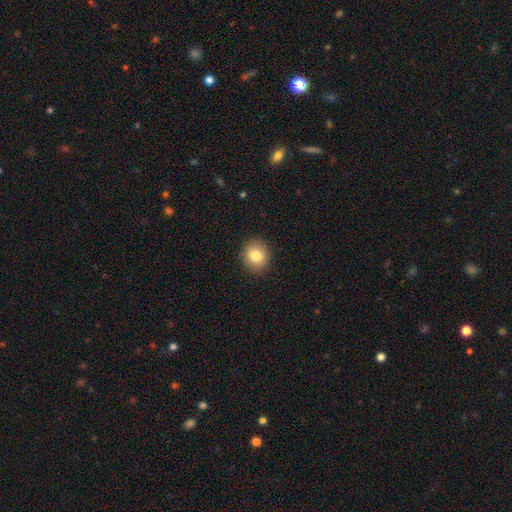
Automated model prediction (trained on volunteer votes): smooth-or-featured: smooth: 83% | star or artifact: 10% | featured or disk: 8%
  how-rounded: round: 76% | in between: 23% | cigar-shaped: 1%
  merging: none: 91% | minor disturbance: 6% | major disturbance: 2% | merger: 1%